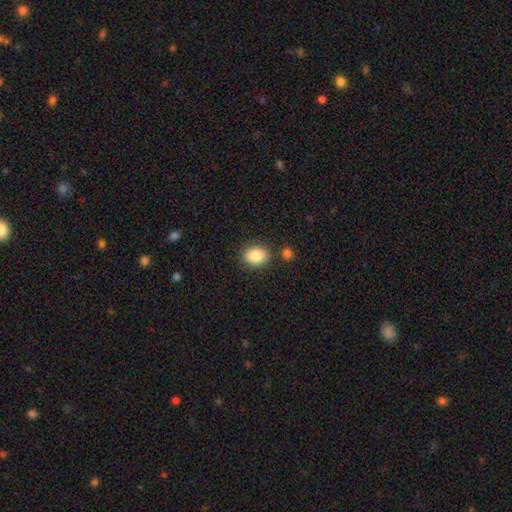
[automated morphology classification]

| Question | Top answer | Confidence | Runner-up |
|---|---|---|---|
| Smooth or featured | smooth | 86% | star or artifact (8%) |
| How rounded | in between | 54% | round (45%) |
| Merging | none | 82% | minor disturbance (10%) |